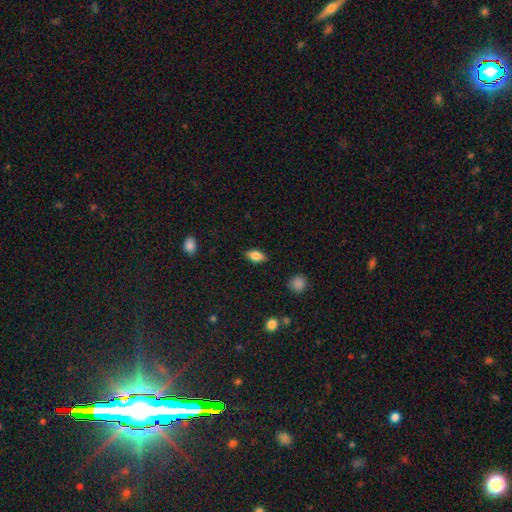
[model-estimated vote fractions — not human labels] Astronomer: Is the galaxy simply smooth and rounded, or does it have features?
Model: smooth — 77%.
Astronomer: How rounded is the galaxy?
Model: in between — 87%.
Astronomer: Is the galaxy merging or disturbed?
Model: none — 86%.